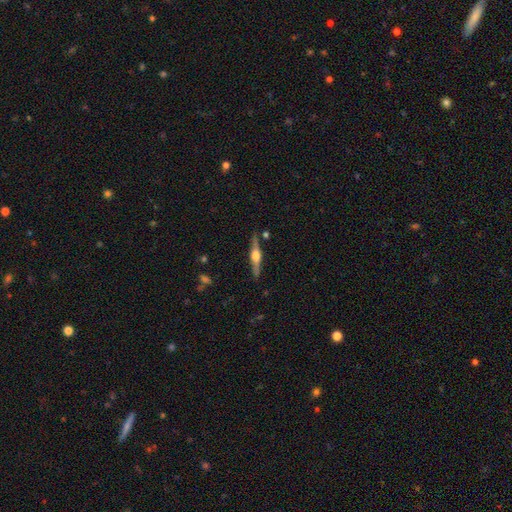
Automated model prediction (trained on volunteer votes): Q: Smooth or featured?
A: featured or disk (76%); runner-up: smooth (18%)
Q: Edge-on disk?
A: yes (98%); runner-up: no (2%)
Q: Edge-on bulge?
A: rounded (91%); runner-up: boxy (7%)
Q: Merging?
A: none (87%); runner-up: minor disturbance (9%)